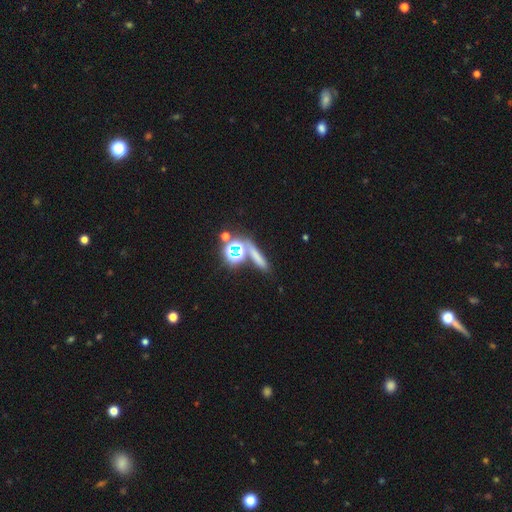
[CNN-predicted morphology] Smooth or featured: smooth — 56% (star or artifact — 31%)
How rounded: cigar-shaped — 59% (round — 22%)
Merging: none — 70% (merger — 15%)